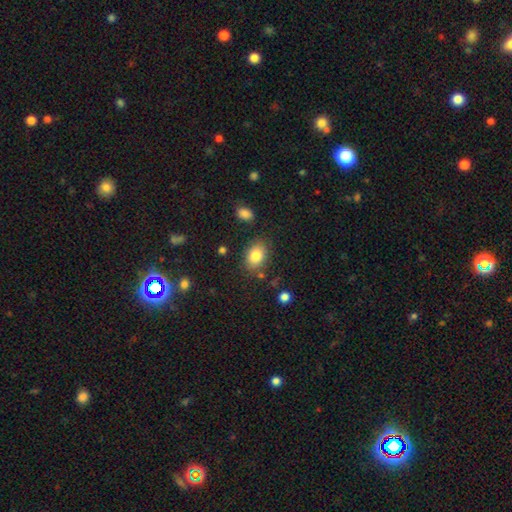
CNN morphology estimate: Q: Smooth or featured?
A: smooth (83%); runner-up: featured or disk (9%)
Q: How rounded?
A: in between (75%); runner-up: round (24%)
Q: Merging?
A: none (80%); runner-up: minor disturbance (13%)